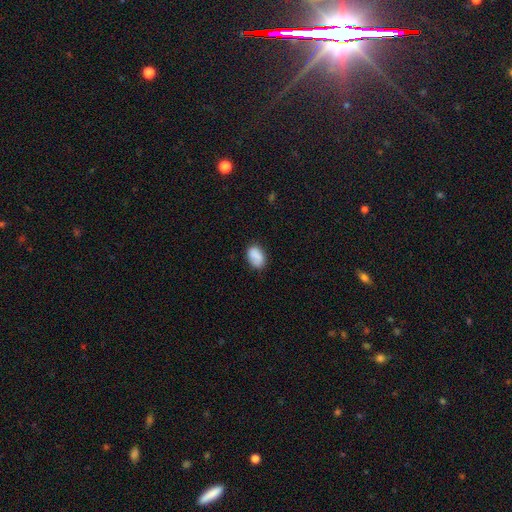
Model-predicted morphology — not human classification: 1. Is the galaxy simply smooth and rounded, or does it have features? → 86% smooth, 7% star or artifact, 7% featured or disk.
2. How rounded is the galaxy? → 87% in between, 12% round, 1% cigar-shaped.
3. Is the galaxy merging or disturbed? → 76% none, 18% minor disturbance, 4% major disturbance, 2% merger.